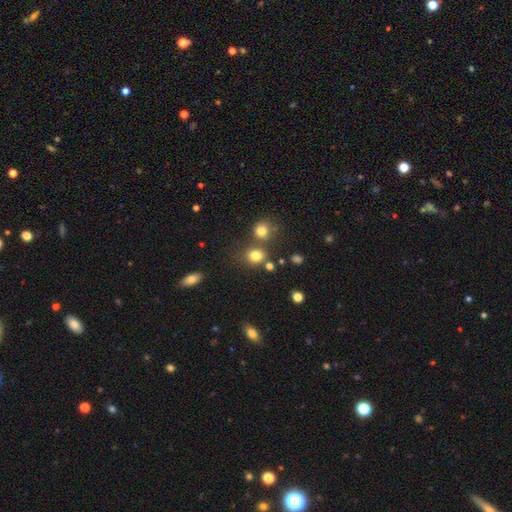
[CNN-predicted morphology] Smooth or featured? smooth (79%)
How rounded? round (74%)
Merging? none (63%)